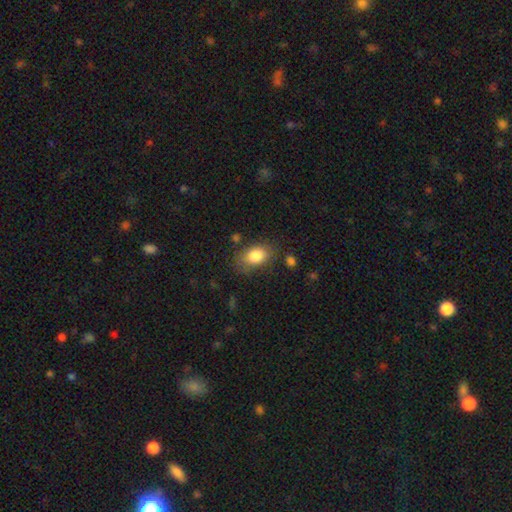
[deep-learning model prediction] Q: Smooth or featured?
A: smooth (83%); runner-up: featured or disk (9%)
Q: How rounded?
A: in between (85%); runner-up: round (14%)
Q: Merging?
A: none (70%); runner-up: minor disturbance (21%)